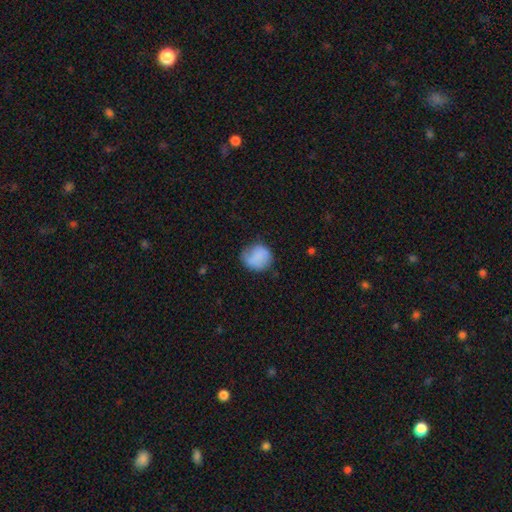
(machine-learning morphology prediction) Overall: smooth (75%). How rounded: round (80%). Merging: none (61%; minor disturbance 27%).